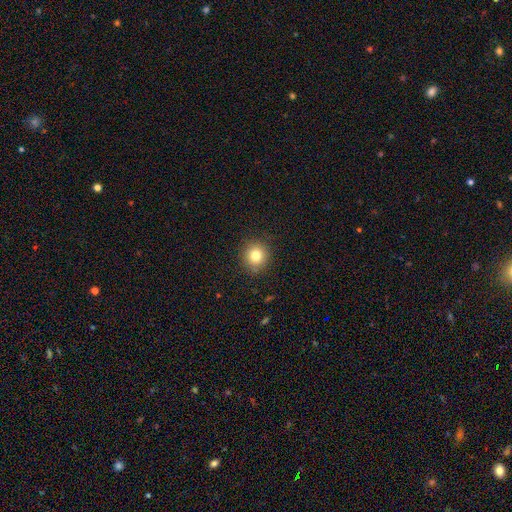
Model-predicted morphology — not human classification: smooth 80%, star or artifact 12%, featured or disk 8%. Down the decision tree: how rounded — round (91%); merging — none (90%).